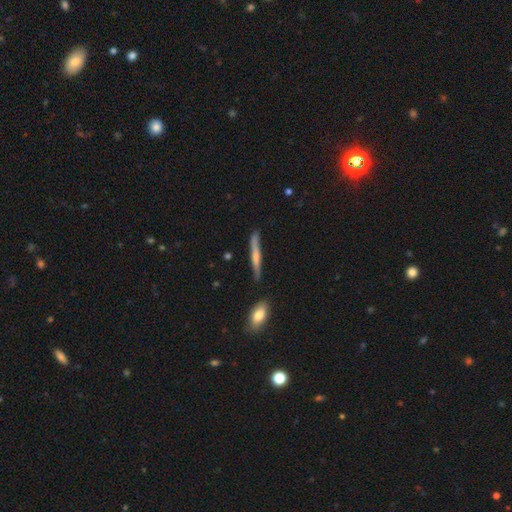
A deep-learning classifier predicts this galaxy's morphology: Q: Smooth or featured?
A: smooth (52%); runner-up: featured or disk (42%)
Q: How rounded?
A: cigar-shaped (94%); runner-up: in between (4%)
Q: Merging?
A: none (81%); runner-up: minor disturbance (13%)